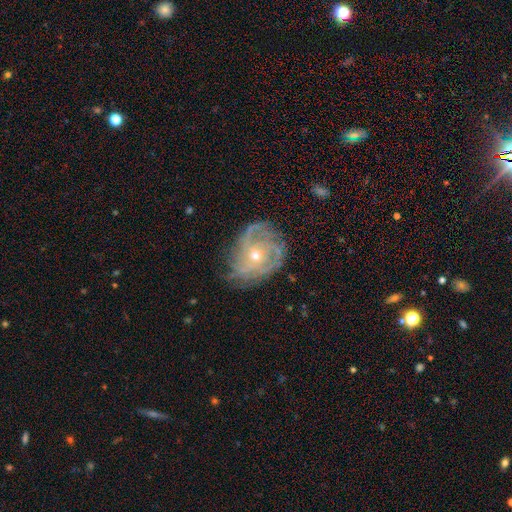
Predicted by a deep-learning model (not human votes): Q: Smooth or featured?
A: featured or disk (84%); runner-up: smooth (9%)
Q: Edge-on disk?
A: no (96%); runner-up: yes (4%)
Q: Bar?
A: no (79%); runner-up: weak (17%)
Q: Spiral arms?
A: yes (92%); runner-up: no (8%)
Q: Spiral winding?
A: tight (57%); runner-up: medium (32%)
Q: Spiral arm count?
A: can't tell (34%); runner-up: 3 (21%)
Q: Bulge size?
A: small (62%); runner-up: moderate (35%)
Q: Merging?
A: none (67%); runner-up: minor disturbance (22%)